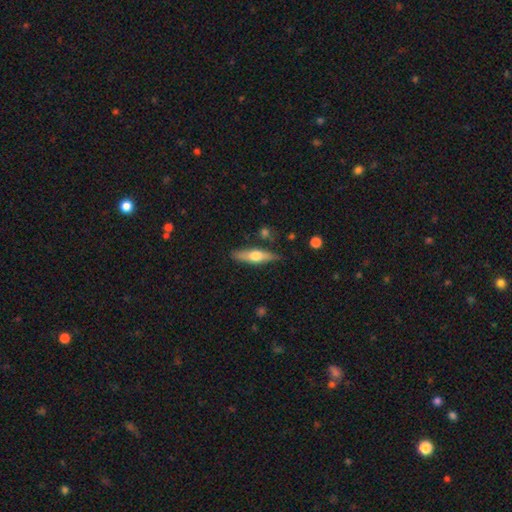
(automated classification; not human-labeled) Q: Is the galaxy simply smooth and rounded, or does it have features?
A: smooth — 47%, tied with featured or disk.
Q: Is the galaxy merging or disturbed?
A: none — 81%.